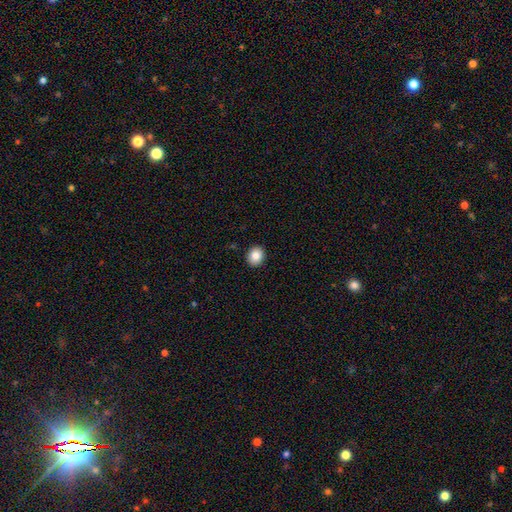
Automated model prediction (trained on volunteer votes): Smooth or featured? Predicted: smooth (p=0.86). How rounded? Predicted: round (p=0.69). Merging? Predicted: none (p=0.92).